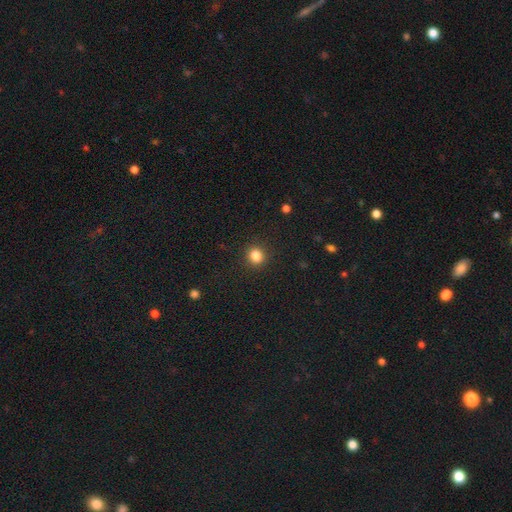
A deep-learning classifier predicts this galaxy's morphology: smooth_or_featured: smooth (p=0.84) [alt: star or artifact p=0.12]
how_rounded: round (p=0.81) [alt: in between p=0.18]
merging: none (p=0.90) [alt: minor disturbance p=0.06]